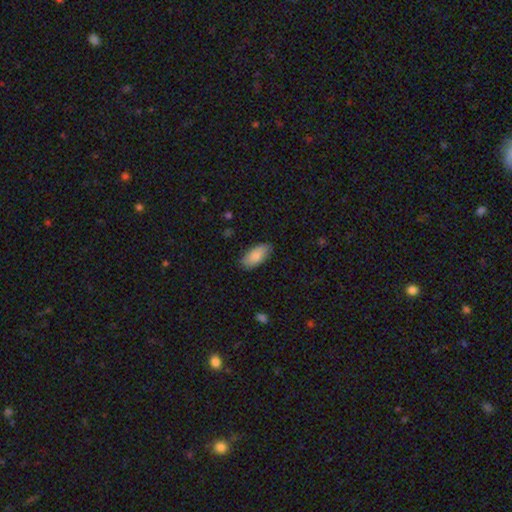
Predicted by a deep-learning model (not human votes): Overall: smooth (85%). How rounded: in between (90%). Merging: none (84%).